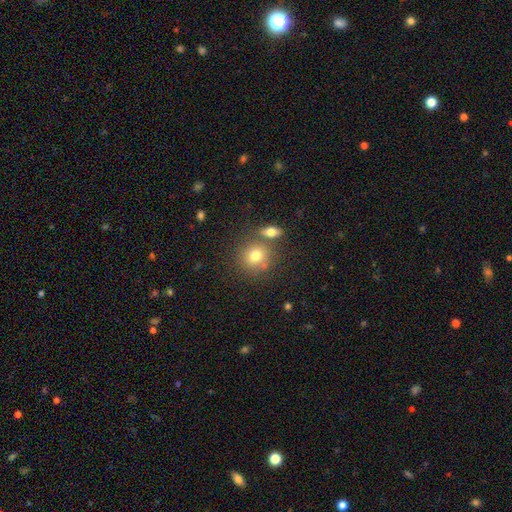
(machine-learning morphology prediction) smooth-or-featured: smooth: 77% | featured or disk: 12% | star or artifact: 11%
  how-rounded: round: 84% | in between: 14% | cigar-shaped: 1%
  merging: none: 64% | merger: 21% | minor disturbance: 10% | major disturbance: 4%